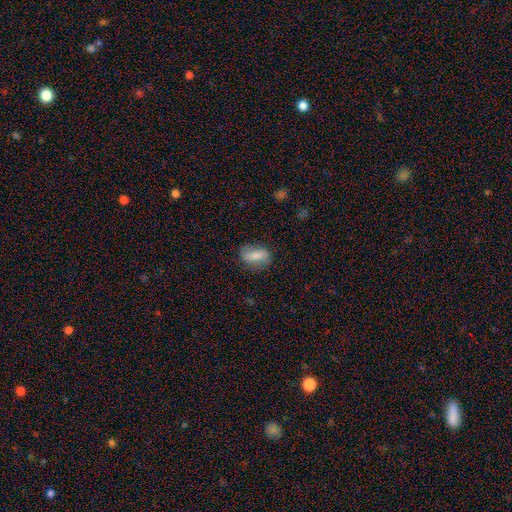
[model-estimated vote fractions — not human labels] This is likely a smooth galaxy (67%). How rounded: likely in between (78%). Merging: likely none (75%).